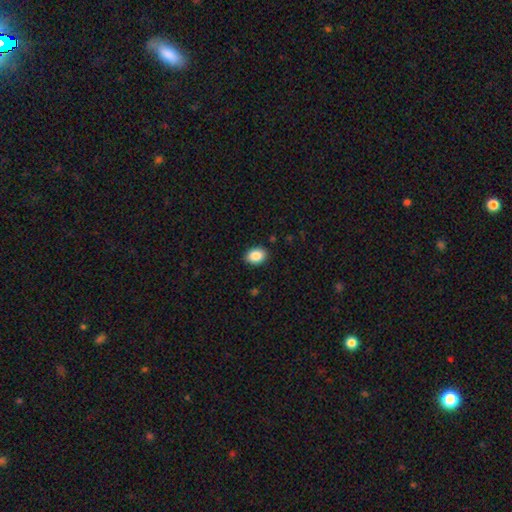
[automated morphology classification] Smooth or featured?
  - smooth: 88% *
  - star or artifact: 8%
  - featured or disk: 5%
How rounded?
  - in between: 72% *
  - round: 27%
  - cigar-shaped: 1%
Merging?
  - none: 88% *
  - minor disturbance: 9%
  - major disturbance: 2%
  - merger: 1%